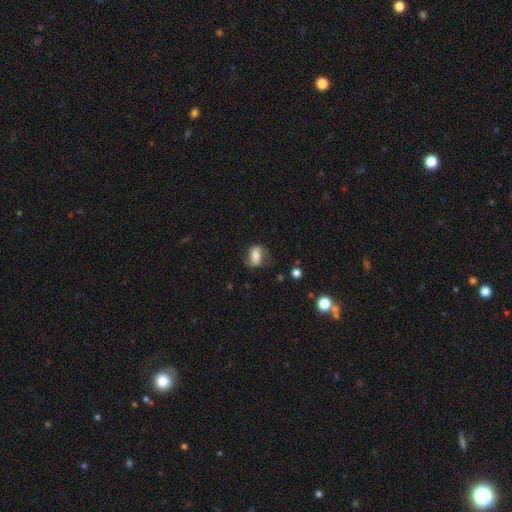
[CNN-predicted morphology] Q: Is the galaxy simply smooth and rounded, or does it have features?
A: smooth — 53%.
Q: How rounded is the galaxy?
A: in between — 78%.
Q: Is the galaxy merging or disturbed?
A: none — 64%.